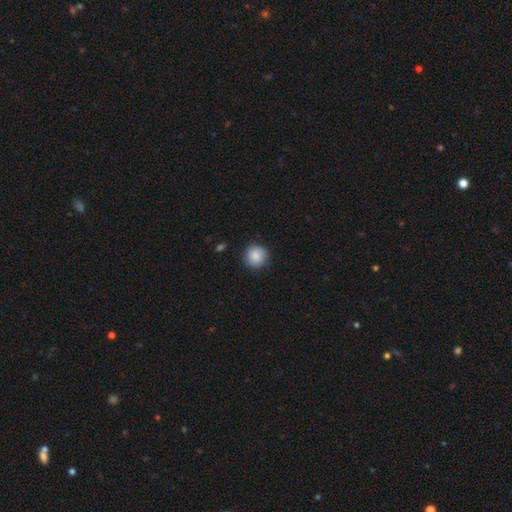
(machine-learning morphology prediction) This appears to be a smooth galaxy with no disk features (85%) that is round (92%). Merging: none (86%).